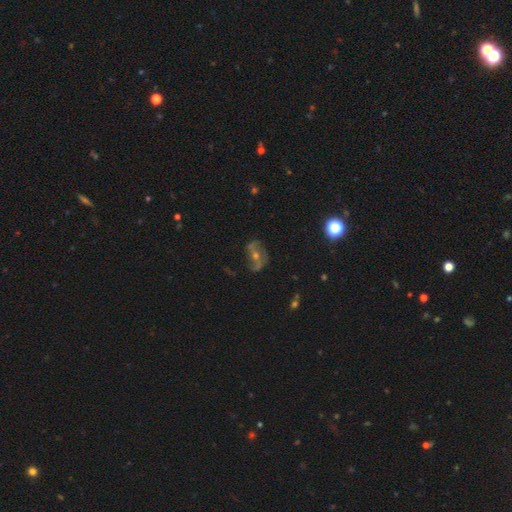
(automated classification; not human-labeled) Smooth or featured?
  - featured or disk: 65% *
  - star or artifact: 19%
  - smooth: 15%
Edge-on disk?
  - no: 95% *
  - yes: 5%
Bar?
  - no: 52% *
  - weak: 32%
  - strong: 17%
Spiral arms?
  - yes: 75% *
  - no: 25%
Bulge size?
  - moderate: 54% *
  - small: 40%
  - large: 3%
  - none: 2%
  - dominant: 1%
Merging?
  - none: 66% *
  - minor disturbance: 17%
  - major disturbance: 13%
  - merger: 3%